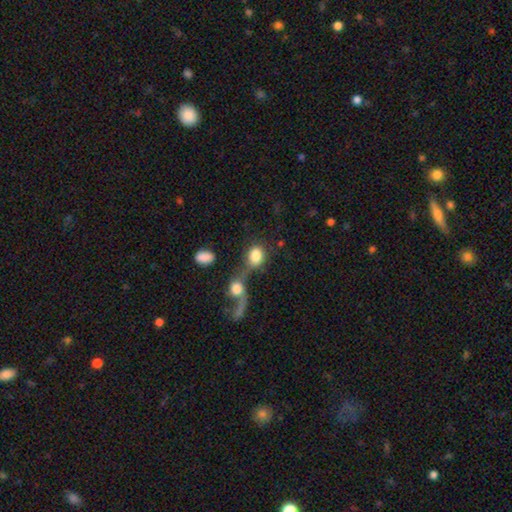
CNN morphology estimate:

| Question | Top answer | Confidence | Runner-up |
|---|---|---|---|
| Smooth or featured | smooth | 79% | featured or disk (13%) |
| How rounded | round | 50% | in between (48%) |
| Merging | merger | 53% | none (25%) |